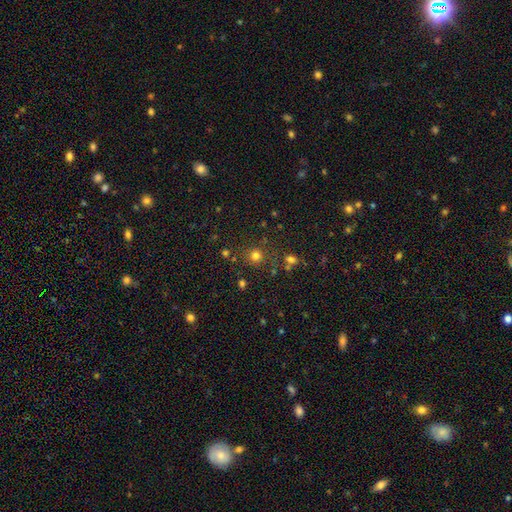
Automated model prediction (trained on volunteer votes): Smooth or featured?
  - smooth: 74% *
  - star or artifact: 20%
  - featured or disk: 6%
How rounded?
  - round: 90% *
  - in between: 9%
  - cigar-shaped: 1%
Merging?
  - none: 77% *
  - minor disturbance: 10%
  - merger: 8%
  - major disturbance: 5%